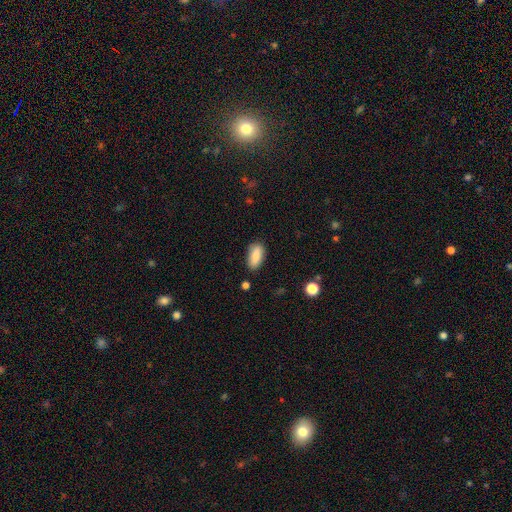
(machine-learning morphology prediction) This is clearly a smooth galaxy (85%). How rounded: clearly in between (84%). Merging: clearly none (83%).